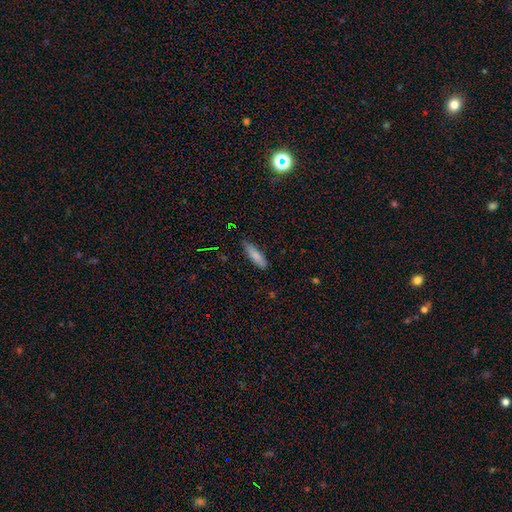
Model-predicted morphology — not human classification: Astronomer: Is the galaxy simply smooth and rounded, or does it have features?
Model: smooth — 81%.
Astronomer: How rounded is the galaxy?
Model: cigar-shaped — 57% (runner-up: in between, 41%).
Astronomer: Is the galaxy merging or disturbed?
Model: none — 81%.